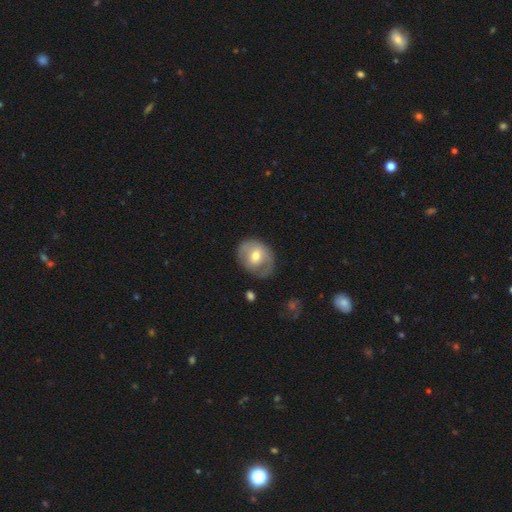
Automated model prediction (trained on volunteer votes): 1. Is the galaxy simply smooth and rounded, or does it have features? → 47% smooth, 46% featured or disk, 7% star or artifact.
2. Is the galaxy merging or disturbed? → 63% none, 24% minor disturbance, 11% major disturbance, 2% merger.